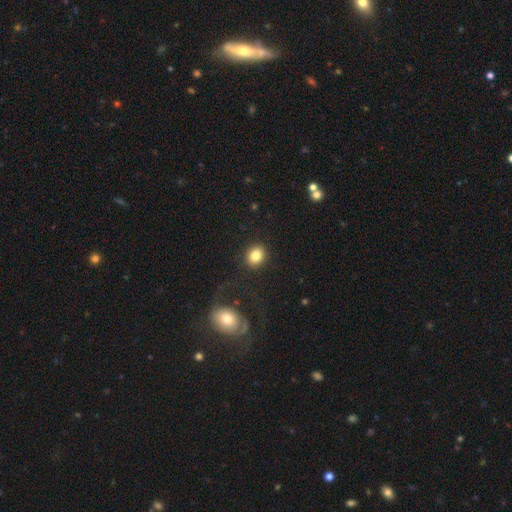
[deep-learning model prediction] Smooth or featured? smooth (83%)
How rounded? round (66%)
Merging? none (88%)